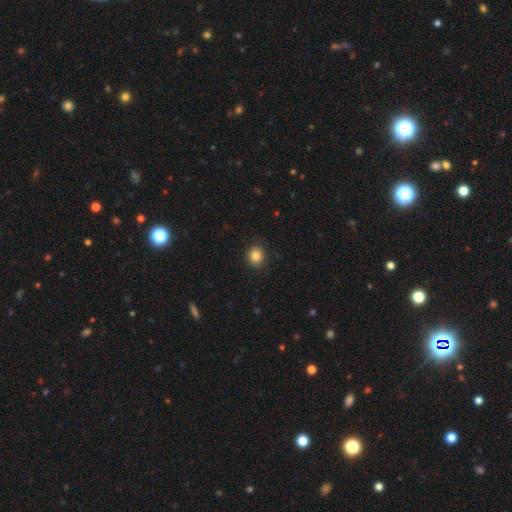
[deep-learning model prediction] Morphology: type=smooth (85%); roundness=round (75%); merging=none (89%).